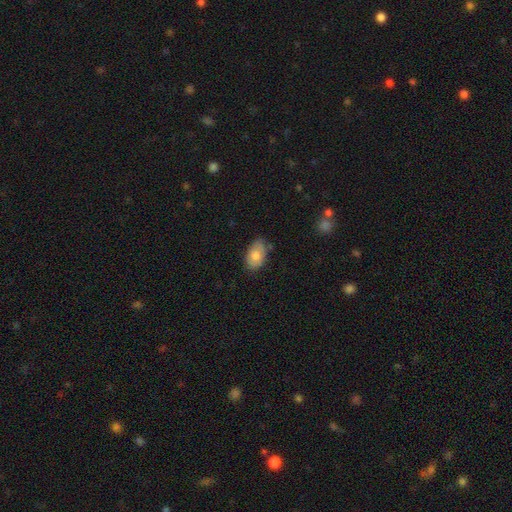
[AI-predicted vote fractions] Smooth or featured?
  - smooth: 73% *
  - featured or disk: 20%
  - star or artifact: 7%
How rounded?
  - in between: 90% *
  - round: 8%
  - cigar-shaped: 1%
Merging?
  - none: 71% *
  - minor disturbance: 24%
  - major disturbance: 4%
  - merger: 2%